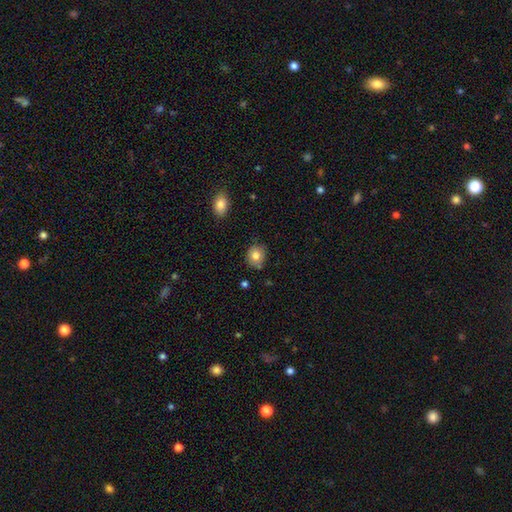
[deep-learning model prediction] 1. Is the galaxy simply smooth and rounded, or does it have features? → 80% smooth, 11% featured or disk, 9% star or artifact.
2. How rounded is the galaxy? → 72% round, 27% in between, 1% cigar-shaped.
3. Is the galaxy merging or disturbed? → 78% none, 16% minor disturbance, 3% merger, 3% major disturbance.